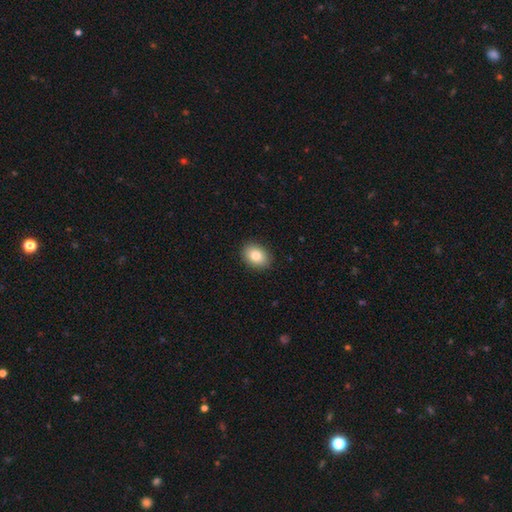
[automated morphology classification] Smooth or featured: smooth — 83% (featured or disk — 9%)
How rounded: in between — 70% (round — 30%)
Merging: none — 90% (minor disturbance — 7%)